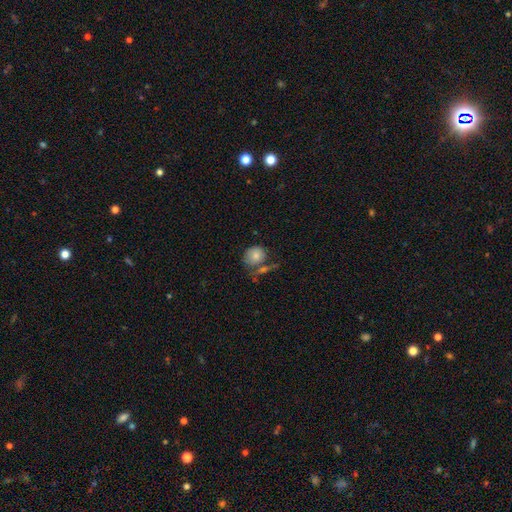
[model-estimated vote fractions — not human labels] This appears to be a smooth galaxy with no disk features (76%) that is round (70%). Merging: none (50%).